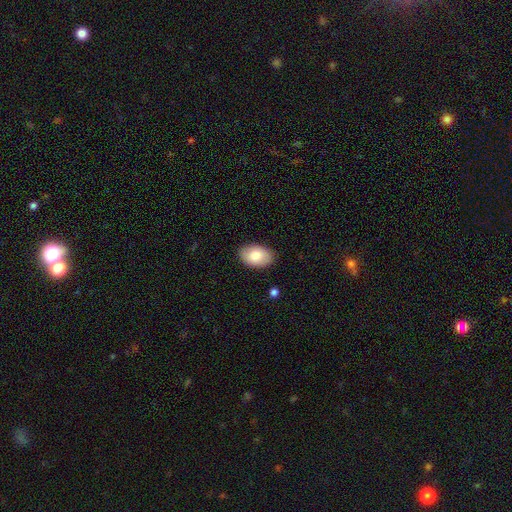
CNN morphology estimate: This is clearly a smooth galaxy (81%). How rounded: clearly in between (90%). Merging: clearly none (86%).